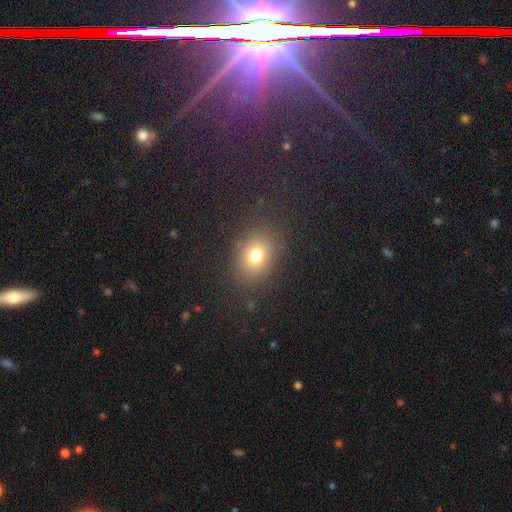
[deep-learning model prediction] A smooth galaxy with no disk features (73%) that is in between round and cigar-shaped (52%). Merging: none (83%).